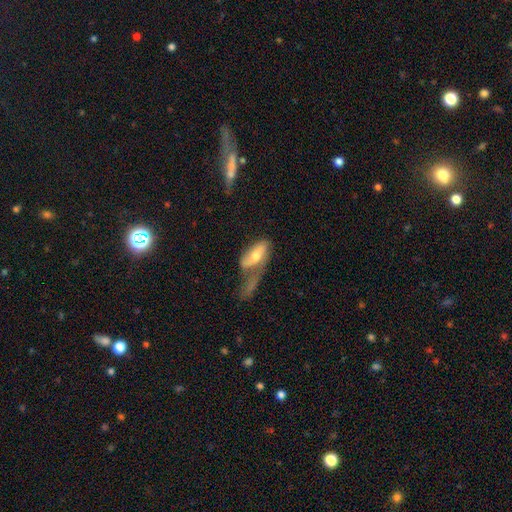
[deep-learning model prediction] Q: Smooth or featured?
A: smooth (47%); runner-up: featured or disk (46%)
Q: Merging?
A: major disturbance (36%); runner-up: merger (23%)